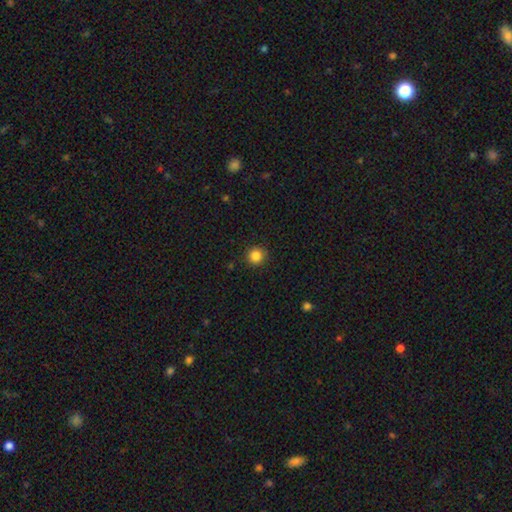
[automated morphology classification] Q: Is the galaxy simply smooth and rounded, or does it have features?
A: smooth — 85%.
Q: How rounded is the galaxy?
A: round — 94%.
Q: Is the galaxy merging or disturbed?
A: none — 90%.